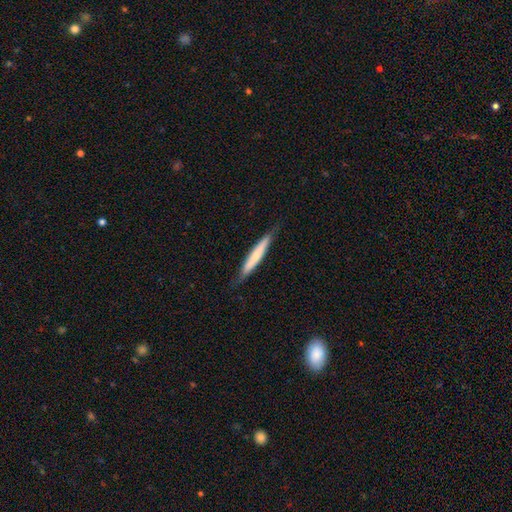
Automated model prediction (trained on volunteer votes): smooth-or-featured: smooth: 62% | featured or disk: 33% | star or artifact: 6%
  how-rounded: cigar-shaped: 95% | in between: 4% | round: 1%
  merging: none: 81% | minor disturbance: 15% | major disturbance: 2% | merger: 1%